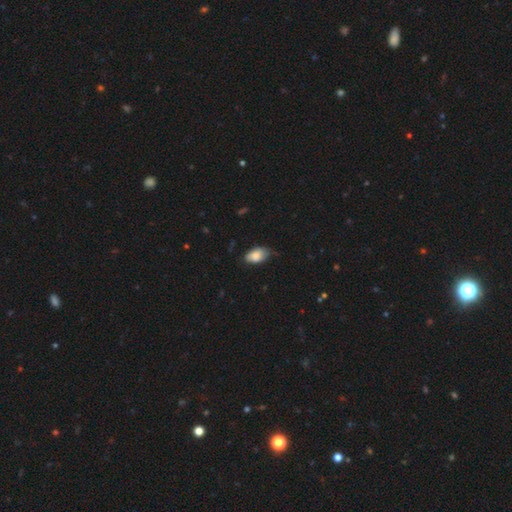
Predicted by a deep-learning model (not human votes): smooth_or_featured: smooth (p=0.82) [alt: featured or disk p=0.12]
how_rounded: in between (p=0.93) [alt: round p=0.05]
merging: none (p=0.60) [alt: minor disturbance p=0.33]